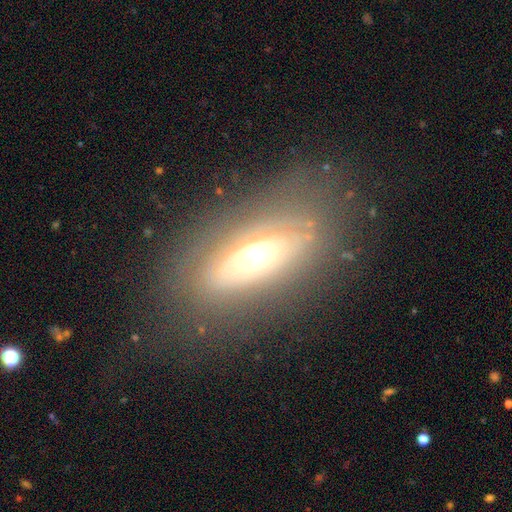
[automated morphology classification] smooth-or-featured: featured or disk: 56% | smooth: 35% | star or artifact: 9%
  disk-edge-on: no: 72% | yes: 28%
  merging: none: 72% | minor disturbance: 17% | major disturbance: 10% | merger: 2%